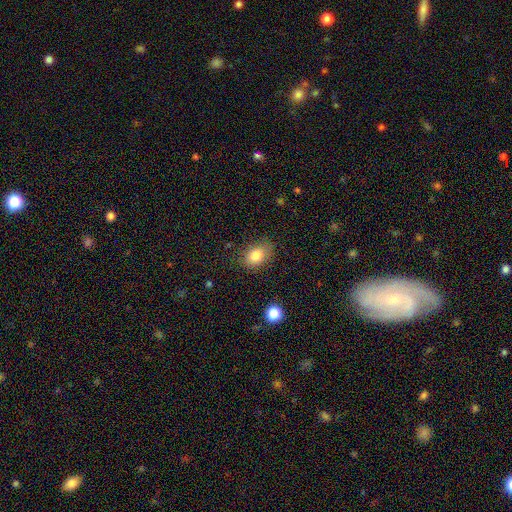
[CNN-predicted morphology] The model was most divided on "how rounded": in between: 74%, round: 25%, cigar-shaped: 1%. More confident: smooth or featured — smooth (81%); merging — none (77%).